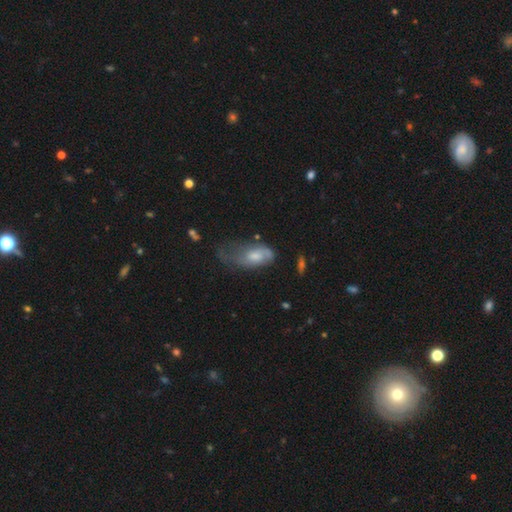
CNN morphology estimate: Smooth or featured? Predicted: smooth (p=0.49). Merging? Predicted: major disturbance (p=0.41).